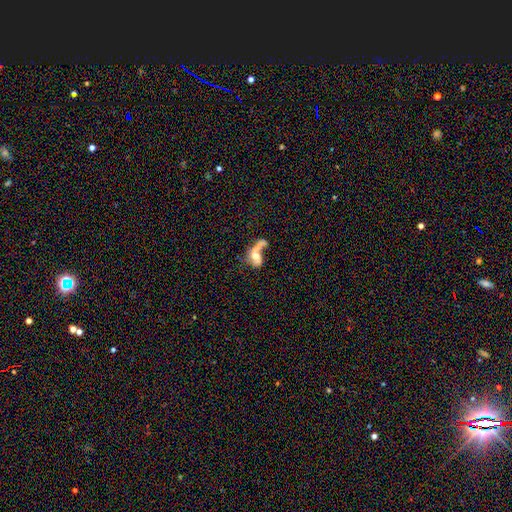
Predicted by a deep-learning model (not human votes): Smooth or featured: featured or disk — 48% (smooth — 40%)
Merging: merger — 38% (major disturbance — 30%)